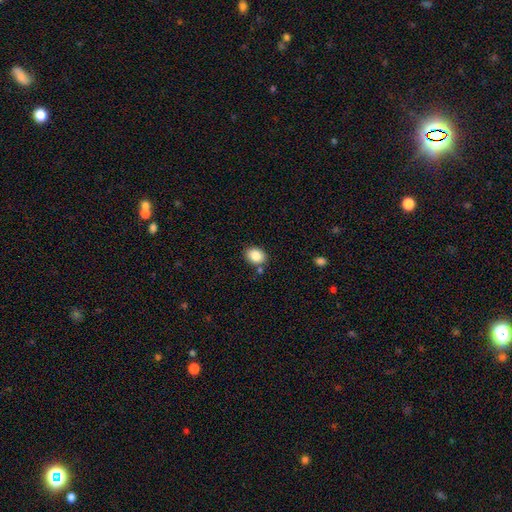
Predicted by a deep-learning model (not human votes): Morphology: type=smooth (85%); roundness=in between (62%); merging=none (80%).